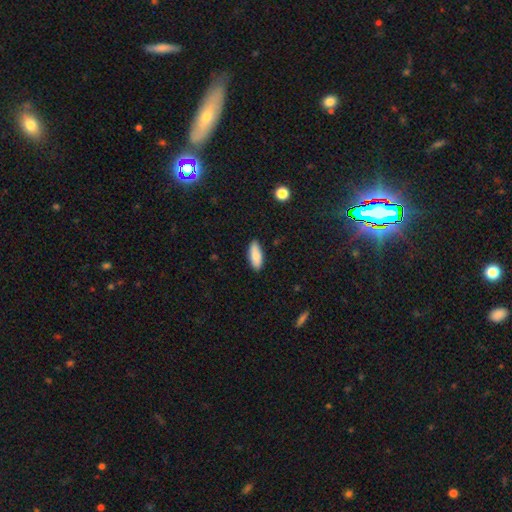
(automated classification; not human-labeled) Q: Smooth or featured?
A: smooth (86%); runner-up: featured or disk (8%)
Q: How rounded?
A: in between (75%); runner-up: cigar-shaped (23%)
Q: Merging?
A: none (87%); runner-up: minor disturbance (10%)